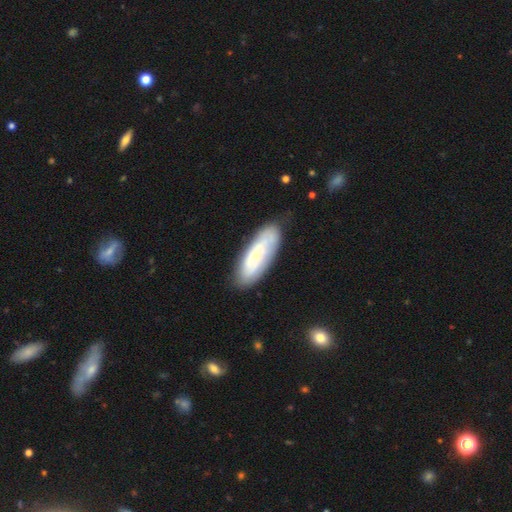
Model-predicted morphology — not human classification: This is possibly a smooth galaxy (51%). How rounded: likely in between (61%). Merging: likely none (76%).